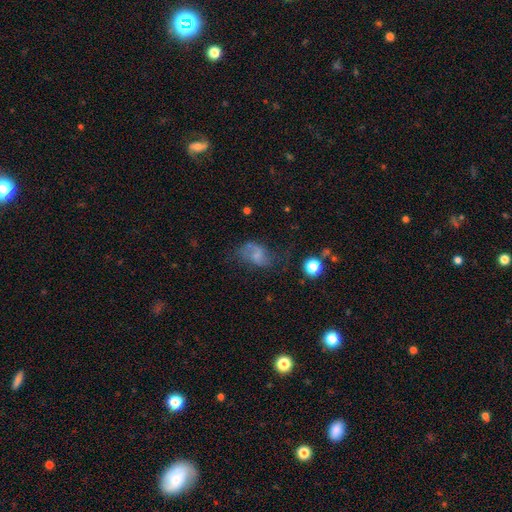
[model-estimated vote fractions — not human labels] This appears to be a featured or disk galaxy (43%). Merging: none (42%).